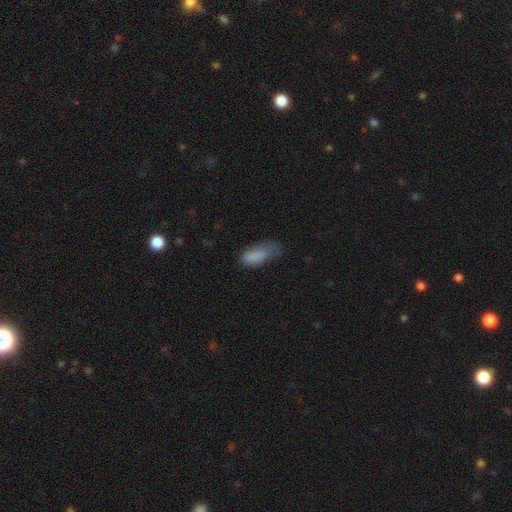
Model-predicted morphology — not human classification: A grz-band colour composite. It shows a smooth galaxy with no disk features (82%) that is in between round and cigar-shaped (77%). Merging: minor disturbance (41%).